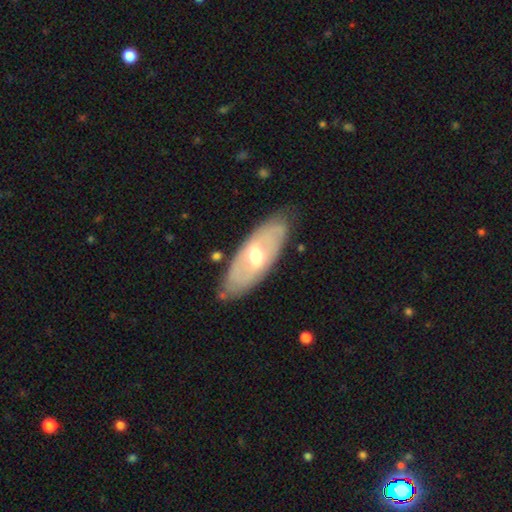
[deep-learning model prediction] Smooth or featured? featured or disk (60%)
Edge-on disk? no (80%)
Merging? none (79%)